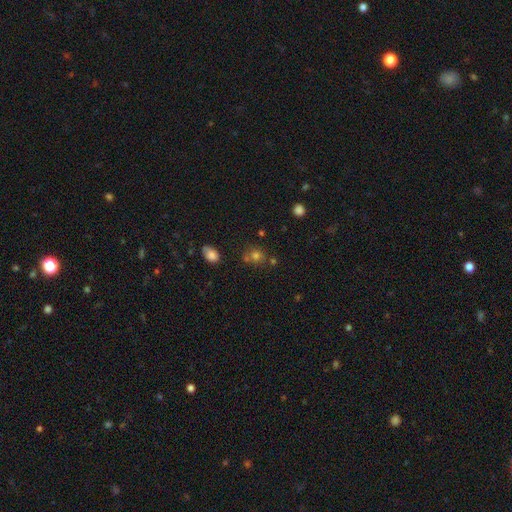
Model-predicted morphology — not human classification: Smooth or featured: smooth — 72% (star or artifact — 19%)
How rounded: round — 82% (in between — 17%)
Merging: none — 67% (merger — 17%)